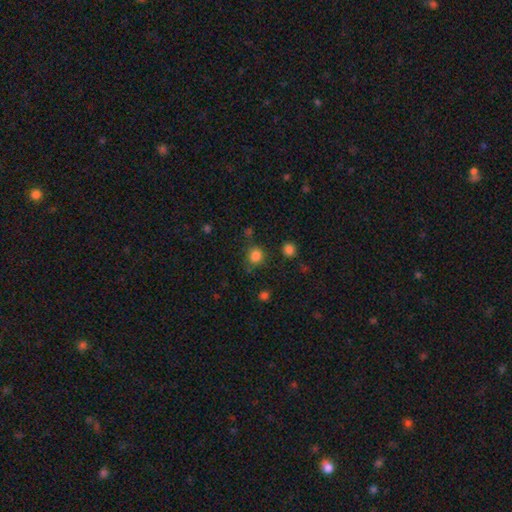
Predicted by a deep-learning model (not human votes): Morphology: type=smooth (83%); roundness=round (84%); merging=none (79%).